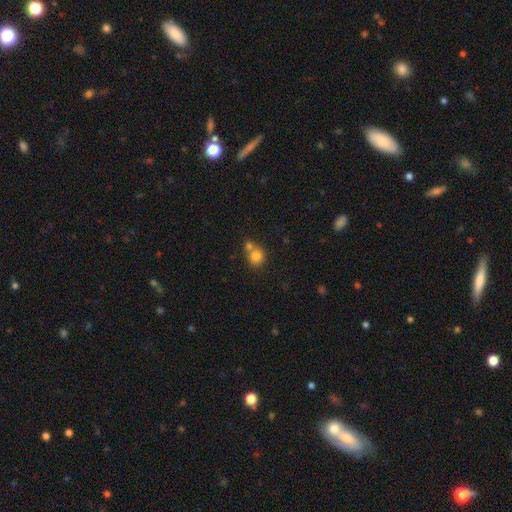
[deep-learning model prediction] Smooth or featured? Predicted: smooth (p=0.81). How rounded? Predicted: round (p=0.85). Merging? Predicted: none (p=0.47).